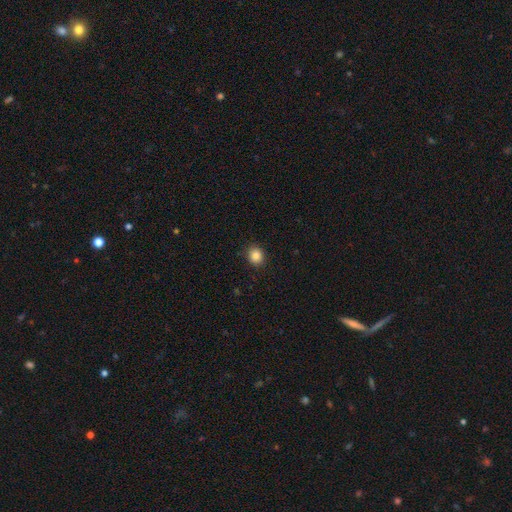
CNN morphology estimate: Smooth or featured? smooth (85%)
How rounded? round (69%)
Merging? none (90%)